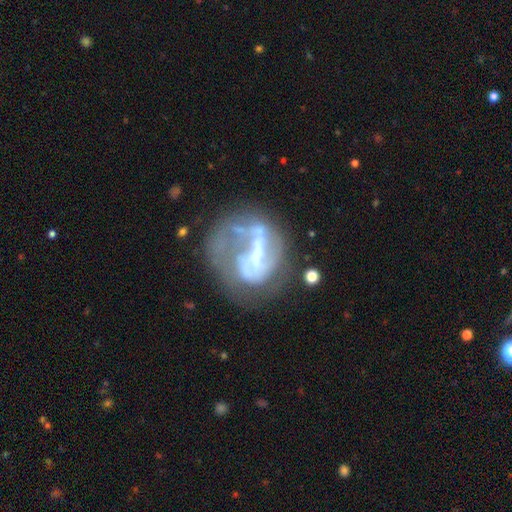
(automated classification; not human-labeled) Smooth or featured? Predicted: featured or disk (p=0.71). Edge-on disk? Predicted: no (p=0.97). Bar? Predicted: strong (p=0.37). Spiral arms? Predicted: yes (p=0.50, tied with no). Bulge size? Predicted: none (p=0.49). Merging? Predicted: major disturbance (p=0.39).